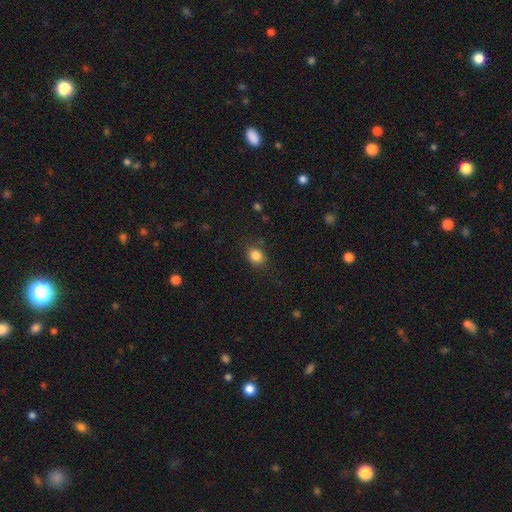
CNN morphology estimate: smooth 84%, star or artifact 11%, featured or disk 6%. Down the decision tree: how rounded — round (54%); merging — none (80%).